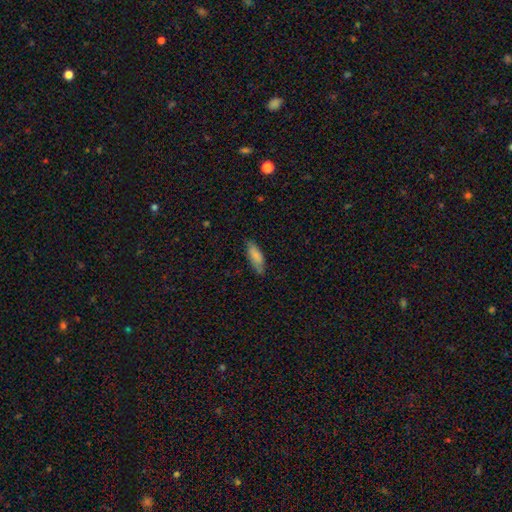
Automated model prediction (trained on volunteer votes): The model was most divided on "how rounded": in between: 61%, cigar-shaped: 37%, round: 2%. More confident: smooth or featured — smooth (80%); merging — none (74%).